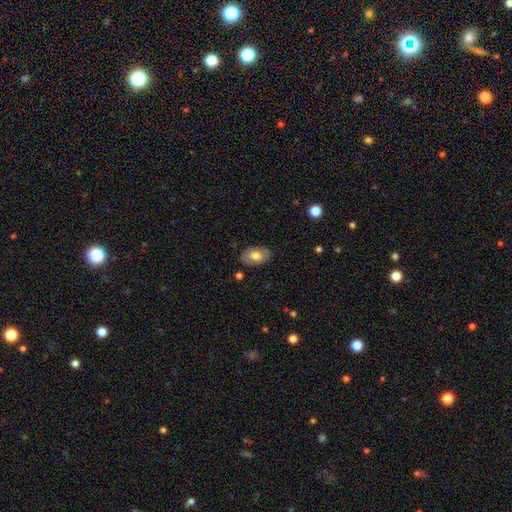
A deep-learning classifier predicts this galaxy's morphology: Q: Smooth or featured?
A: smooth (66%); runner-up: featured or disk (27%)
Q: How rounded?
A: in between (90%); runner-up: round (9%)
Q: Merging?
A: none (83%); runner-up: minor disturbance (13%)